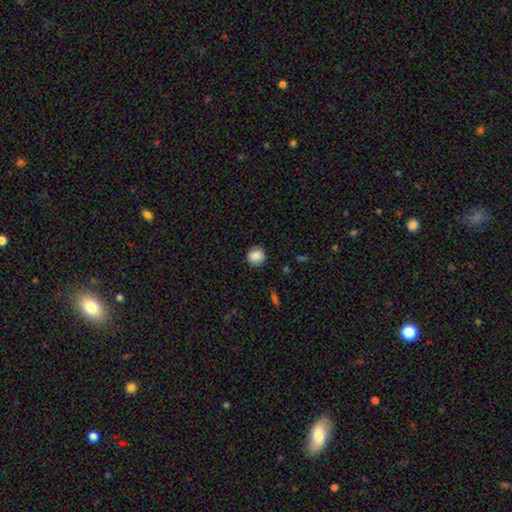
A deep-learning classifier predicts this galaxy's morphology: Smooth or featured: smooth — 84% (star or artifact — 8%)
How rounded: round — 89% (in between — 10%)
Merging: none — 89% (minor disturbance — 8%)